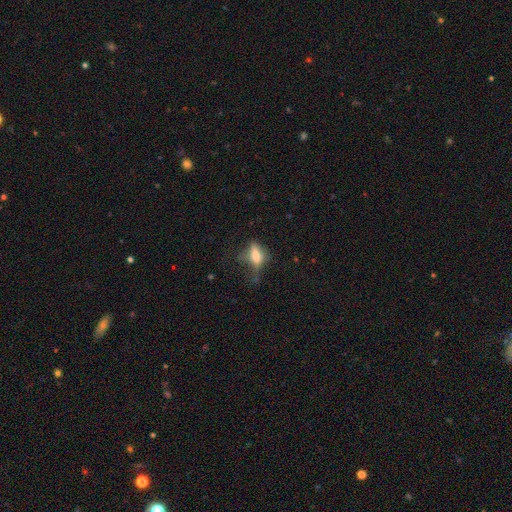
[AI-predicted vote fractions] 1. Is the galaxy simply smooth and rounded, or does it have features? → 61% smooth, 27% featured or disk, 12% star or artifact.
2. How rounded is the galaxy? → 65% in between, 29% cigar-shaped, 6% round.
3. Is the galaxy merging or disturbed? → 34% none (tied), 34% major disturbance (tied), 28% minor disturbance, 4% merger.